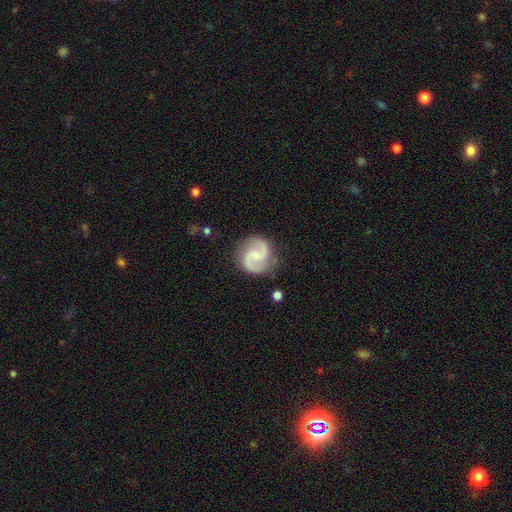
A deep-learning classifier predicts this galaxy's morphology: Smooth or featured?
  - featured or disk: 89% *
  - smooth: 7%
  - star or artifact: 4%
Edge-on disk?
  - no: 99% *
  - yes: 1%
Bar?
  - weak: 49% *
  - no: 41%
  - strong: 11%
Spiral arms?
  - yes: 98% *
  - no: 2%
Spiral winding?
  - medium: 58% *
  - loose: 25%
  - tight: 17%
Spiral arm count?
  - 2: 94% *
  - can't tell: 2%
  - 1: 1%
  - 3: 1%
  - 4: 1%
  - more than 4: 1%
Bulge size?
  - small: 51% *
  - none: 26%
  - moderate: 20%
  - large: 2%
  - dominant: 1%
Merging?
  - none: 84% *
  - minor disturbance: 11%
  - major disturbance: 3%
  - merger: 2%